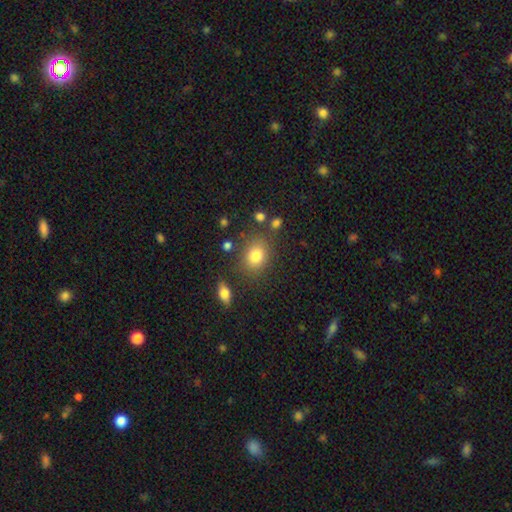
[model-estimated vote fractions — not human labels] This is clearly a smooth galaxy (80%). How rounded: possibly in between (58%). Merging: likely none (75%).